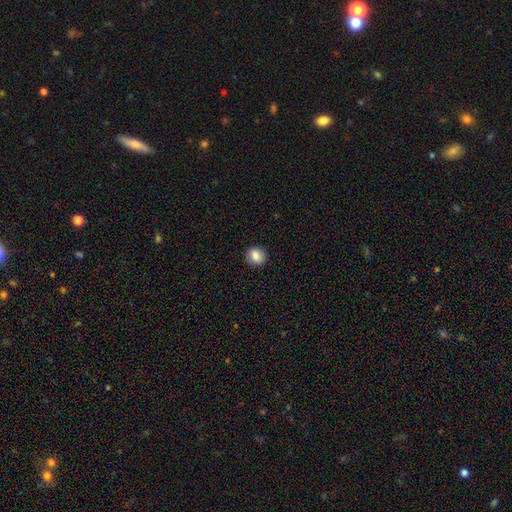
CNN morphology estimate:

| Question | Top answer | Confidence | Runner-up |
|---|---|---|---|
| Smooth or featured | smooth | 85% | star or artifact (9%) |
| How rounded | round | 79% | in between (20%) |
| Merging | none | 91% | minor disturbance (7%) |